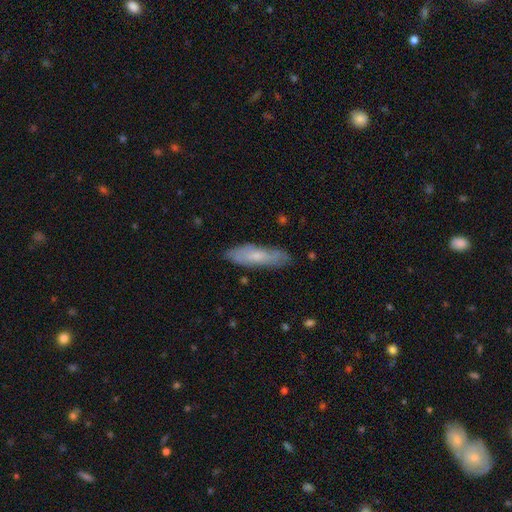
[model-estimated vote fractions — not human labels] Smooth or featured: smooth — 54% (featured or disk — 39%)
How rounded: cigar-shaped — 63% (in between — 35%)
Merging: none — 79% (minor disturbance — 16%)